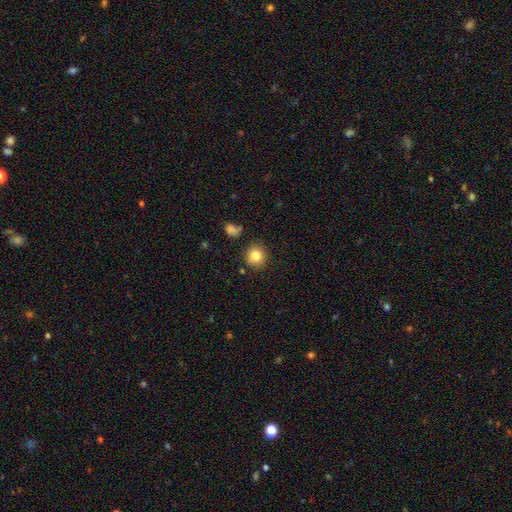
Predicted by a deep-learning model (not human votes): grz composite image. It shows a smooth galaxy with no disk features (82%) that is round (87%). Merging: none (85%).